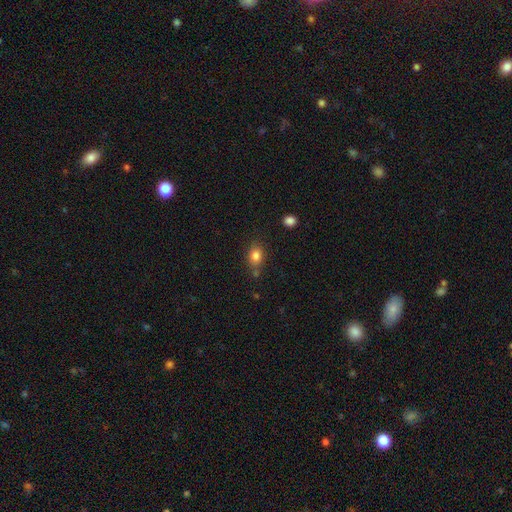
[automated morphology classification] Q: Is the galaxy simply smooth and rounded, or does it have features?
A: smooth — 83%.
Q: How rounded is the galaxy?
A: in between — 62%.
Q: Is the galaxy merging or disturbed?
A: none — 68%.